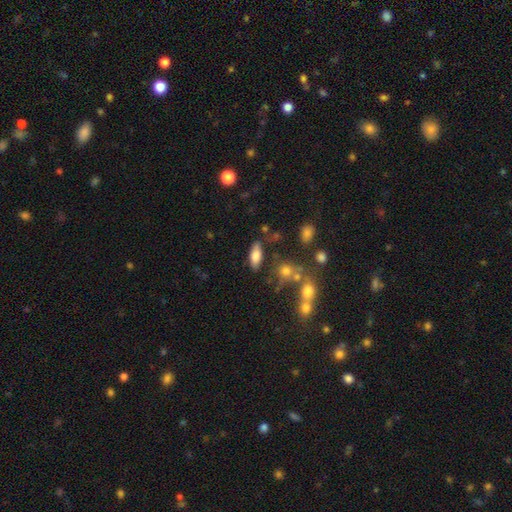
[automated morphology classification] A smooth galaxy with no disk features (75%) that is in between round and cigar-shaped (82%). Merging: none (75%).